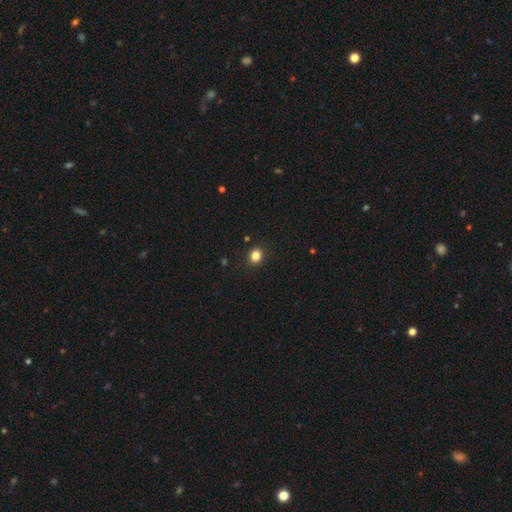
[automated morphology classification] smooth 83%, star or artifact 13%, featured or disk 4%. Down the decision tree: how rounded — round (81%); merging — none (91%).